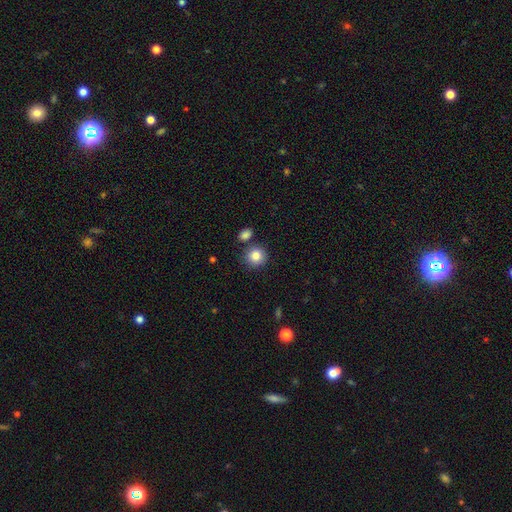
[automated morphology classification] A smooth galaxy with no disk features (85%) that is round (89%).

Vote fractions:
- Smooth or featured? smooth: 85% / star or artifact: 9% / featured or disk: 6%
- How rounded? round: 89% / in between: 10% / cigar-shaped: 1%
- Merging? none: 77% / merger: 11% / minor disturbance: 10% / major disturbance: 3%